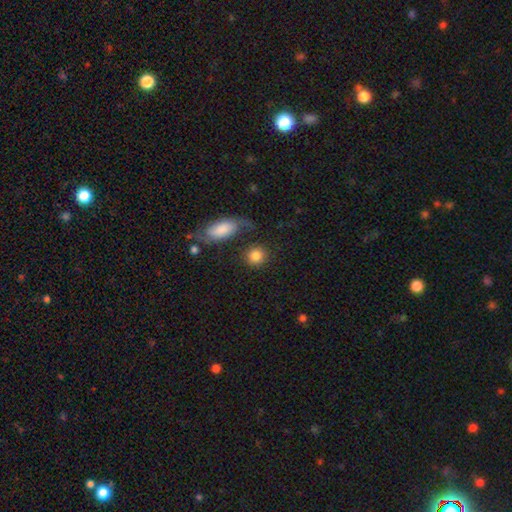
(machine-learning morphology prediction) smooth-or-featured: smooth: 85% | featured or disk: 8% | star or artifact: 7%
  how-rounded: round: 84% | in between: 14% | cigar-shaped: 2%
  merging: none: 70% | minor disturbance: 12% | merger: 11% | major disturbance: 7%